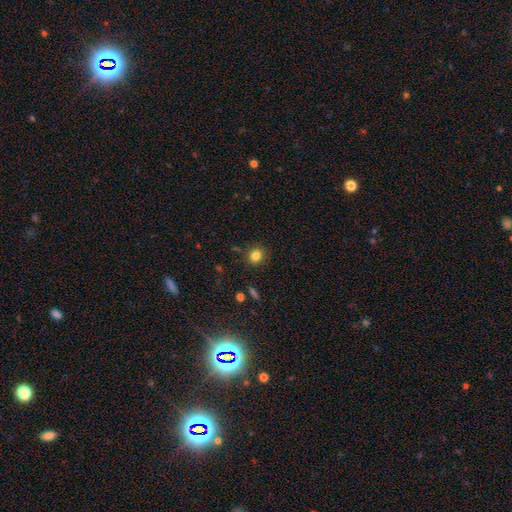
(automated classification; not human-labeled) Smooth or featured? smooth (82%)
How rounded? round (84%)
Merging? none (86%)